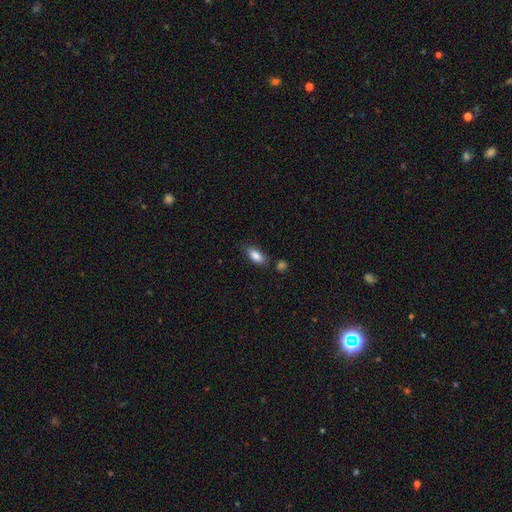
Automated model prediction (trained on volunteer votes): This appears to be a smooth galaxy with no disk features (84%) that is in between round and cigar-shaped (84%). Merging: none (75%).